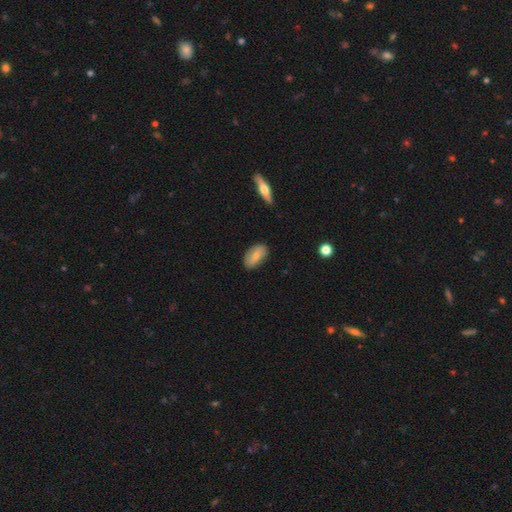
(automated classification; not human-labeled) This appears to be a smooth galaxy with no disk features (73%) that is in between round and cigar-shaped (92%). Merging: none (82%).